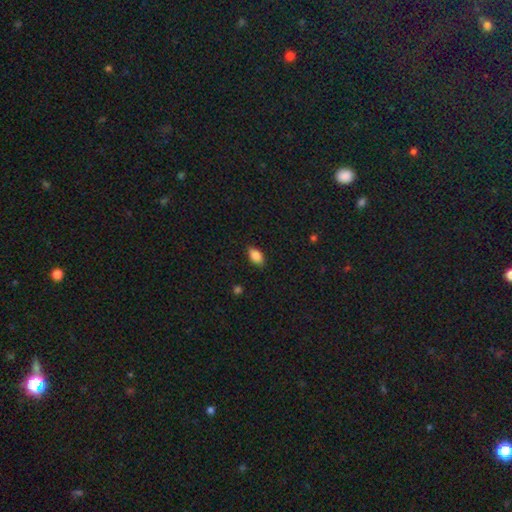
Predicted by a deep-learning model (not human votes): The model was most divided on "merging": none: 86%, minor disturbance: 10%, major disturbance: 2%, merger: 1%. More confident: how rounded — in between (90%); smooth or featured — smooth (85%).